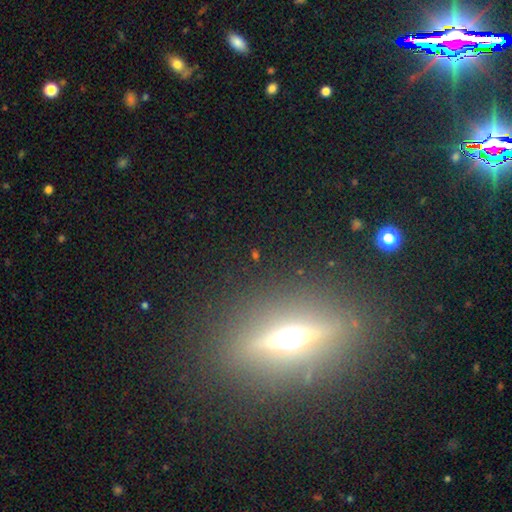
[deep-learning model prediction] A star or artifact, not a galaxy (36%).